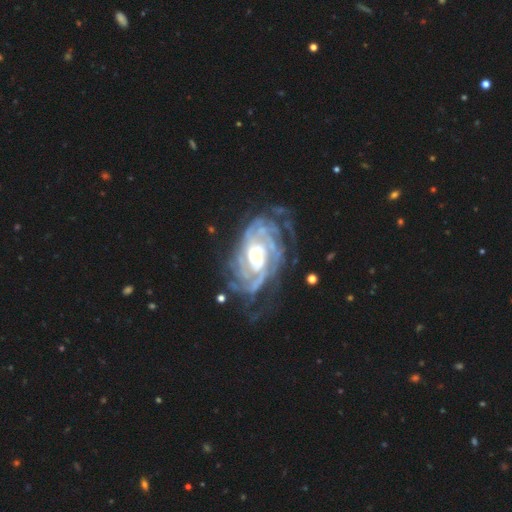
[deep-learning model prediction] The model was most divided on "spiral arm count": can't tell: 35%, 2: 16%, 4: 15%, 3: 14%, more than 4: 14%, 1: 7%. More confident: spiral arms — yes (96%); edge-on disk — no (96%); smooth or featured — featured or disk (90%); spiral winding — tight (73%); bar — no (69%); merging — none (58%); bulge size — moderate (54%).